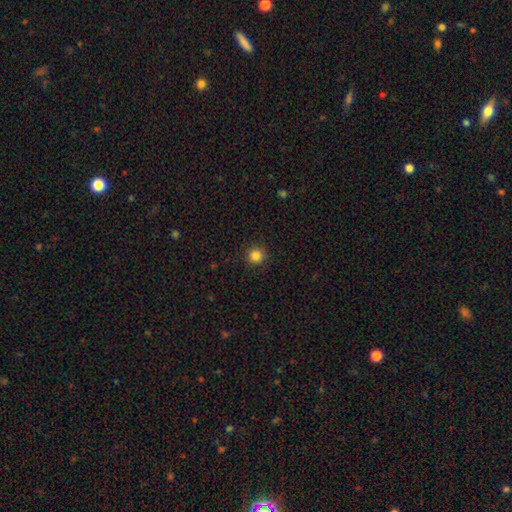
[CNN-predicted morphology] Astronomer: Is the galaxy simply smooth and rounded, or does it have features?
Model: smooth — 84%.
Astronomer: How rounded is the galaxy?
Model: round — 94%.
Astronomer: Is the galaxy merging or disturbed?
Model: none — 92%.